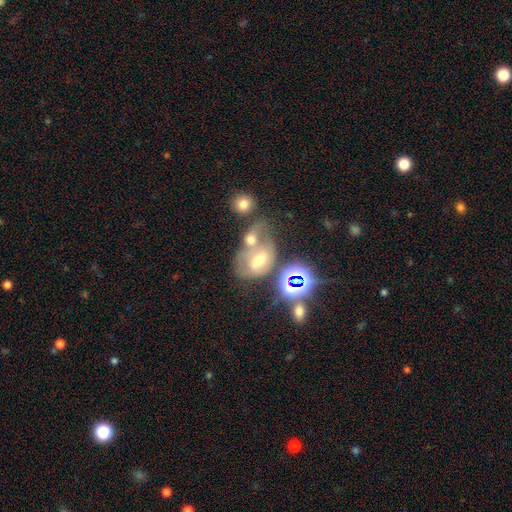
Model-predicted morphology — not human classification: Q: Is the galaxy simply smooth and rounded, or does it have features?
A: featured or disk — 43%.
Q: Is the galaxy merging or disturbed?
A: merger — 46%.